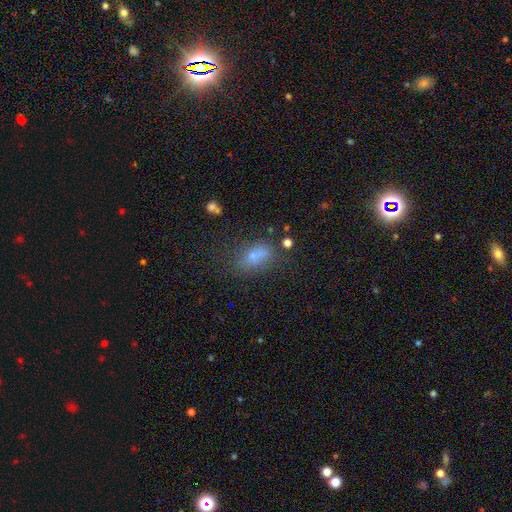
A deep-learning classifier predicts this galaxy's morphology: Smooth or featured? Predicted: smooth (p=0.71). How rounded? Predicted: in between (p=0.82). Merging? Predicted: none (p=0.51).